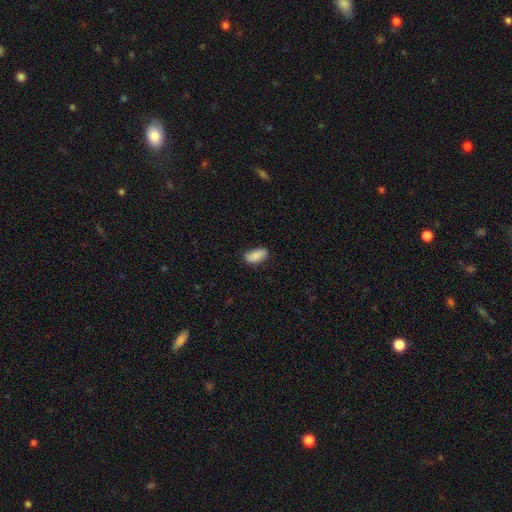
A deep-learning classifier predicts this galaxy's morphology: smooth_or_featured: smooth (p=0.85) [alt: featured or disk p=0.08]
how_rounded: in between (p=0.92) [alt: cigar-shaped p=0.06]
merging: none (p=0.81) [alt: minor disturbance p=0.15]